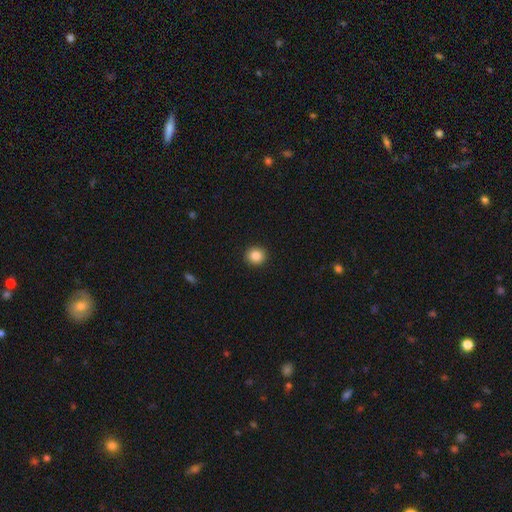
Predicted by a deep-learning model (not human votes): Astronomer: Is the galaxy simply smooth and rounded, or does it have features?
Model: smooth — 86%.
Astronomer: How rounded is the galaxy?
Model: round — 88%.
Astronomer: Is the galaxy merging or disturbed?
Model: none — 92%.